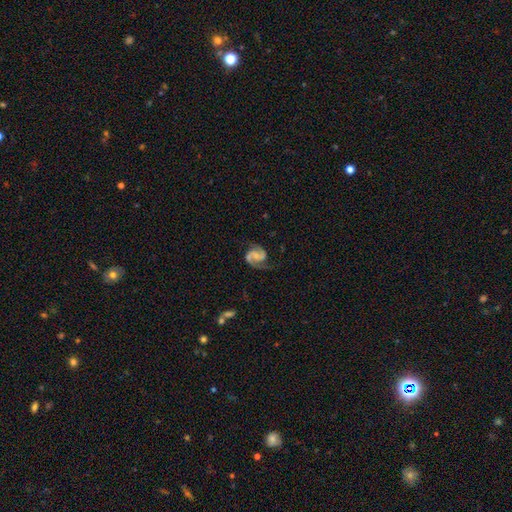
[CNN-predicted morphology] Smooth or featured? featured or disk (89%)
Edge-on disk? no (98%)
Bar? no (46%)
Spiral arms? yes (98%)
Spiral winding? medium (55%)
Spiral arm count? 2 (91%)
Bulge size? none (40%)
Merging? none (70%)